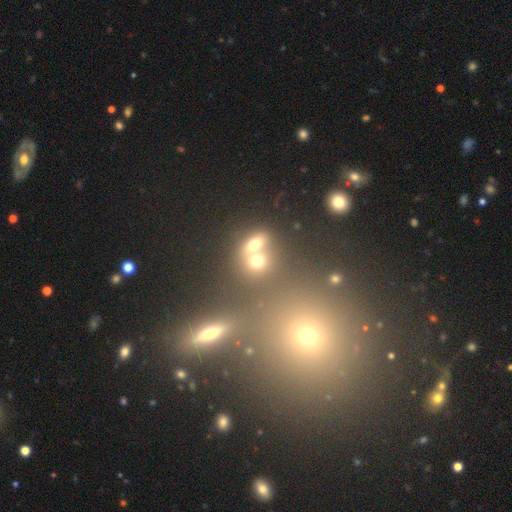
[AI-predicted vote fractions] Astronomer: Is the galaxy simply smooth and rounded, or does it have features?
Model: smooth — 62%.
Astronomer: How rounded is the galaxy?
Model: round — 55% (runner-up: in between, 42%).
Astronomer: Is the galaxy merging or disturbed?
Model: merger — 44% (runner-up: none, 43%).